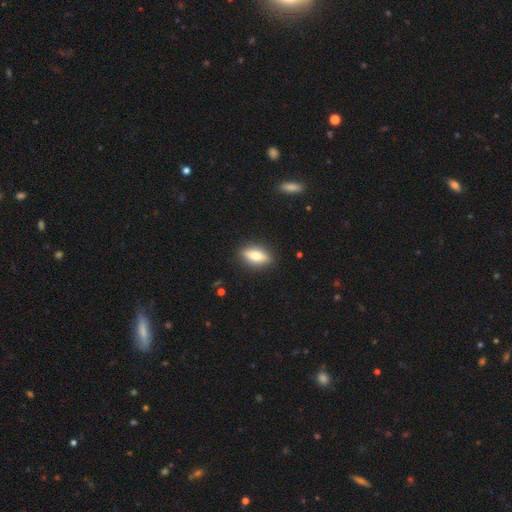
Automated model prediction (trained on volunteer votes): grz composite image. It shows a smooth galaxy with no disk features (71%) that is in between round and cigar-shaped (76%). Merging: none (88%).